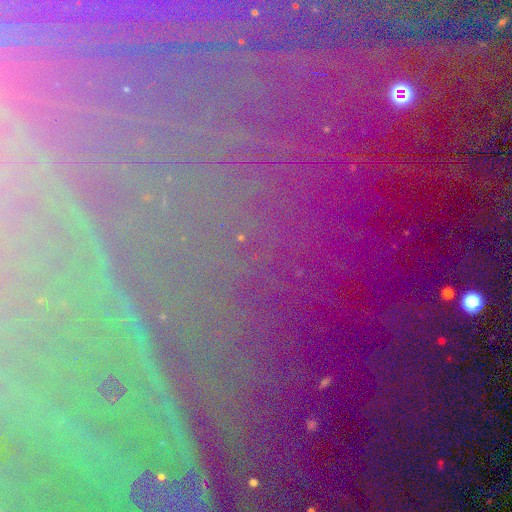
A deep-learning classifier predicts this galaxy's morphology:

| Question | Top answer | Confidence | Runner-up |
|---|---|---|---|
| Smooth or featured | star or artifact | 82% | smooth (9%) |